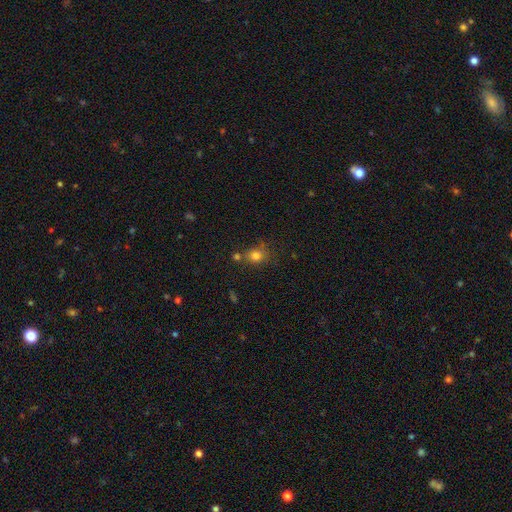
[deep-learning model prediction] A smooth galaxy with no disk features (78%) that is round (67%). Merging: none (64%).